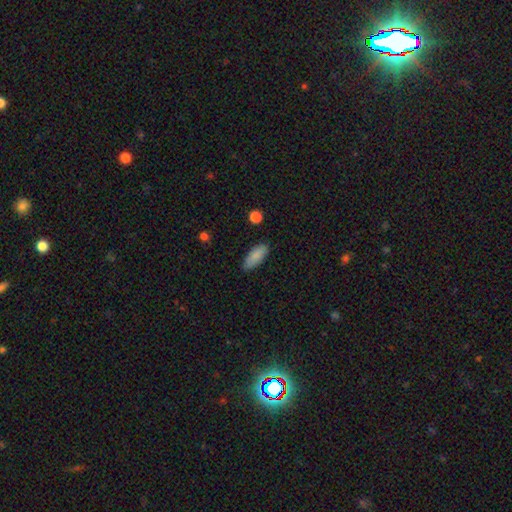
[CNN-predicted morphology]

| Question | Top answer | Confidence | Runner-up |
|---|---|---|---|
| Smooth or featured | smooth | 87% | featured or disk (7%) |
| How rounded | in between | 80% | cigar-shaped (18%) |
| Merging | none | 83% | minor disturbance (13%) |